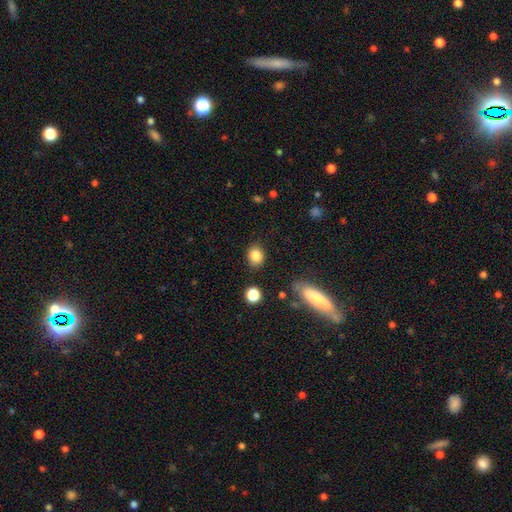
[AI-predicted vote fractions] A smooth galaxy with no disk features (85%) that is round (58%).

Vote fractions:
- Smooth or featured? smooth: 85% / star or artifact: 10% / featured or disk: 6%
- How rounded? round: 58% / in between: 40% / cigar-shaped: 2%
- Merging? none: 82% / minor disturbance: 12% / major disturbance: 3% / merger: 3%